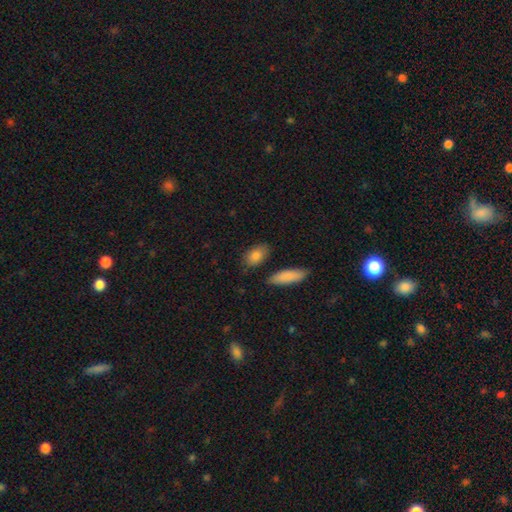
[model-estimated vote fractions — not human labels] Overall: smooth (86%). How rounded: in between (86%). Merging: none (79%).